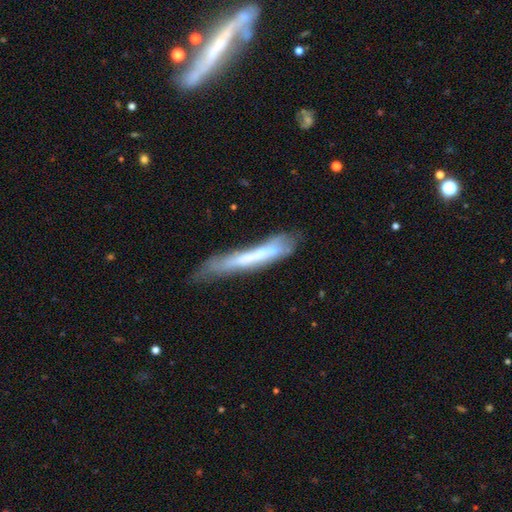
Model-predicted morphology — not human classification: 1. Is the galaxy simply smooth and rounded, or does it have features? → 47% smooth, 45% featured or disk, 8% star or artifact.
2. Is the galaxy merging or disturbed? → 46% none, 29% minor disturbance, 17% major disturbance, 8% merger.